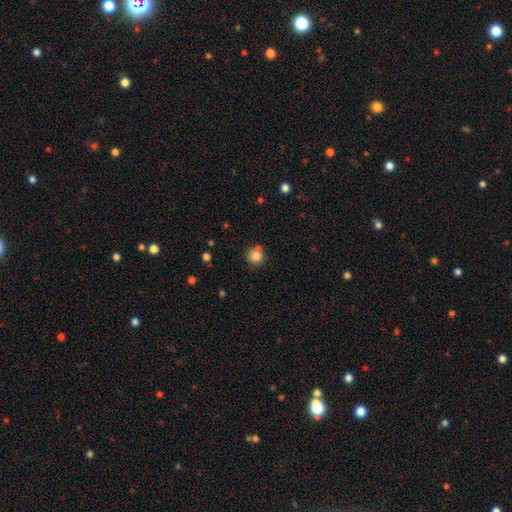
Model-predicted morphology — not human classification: This is clearly a smooth galaxy (84%). How rounded: clearly round (92%). Merging: likely none (77%).